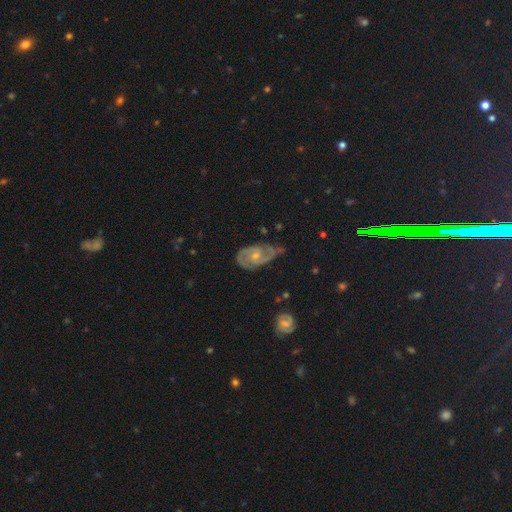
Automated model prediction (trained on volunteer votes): This is clearly a featured or disk galaxy (84%). It is clearly not viewed edge-on (97%). Bar: possibly no (57%). Spiral arm pattern: clearly yes (95%). Spiral arm count: likely 2 (79%). Spiral winding: possibly medium (45%). Central bulge: possibly small (53%). Merging: likely none (60%).